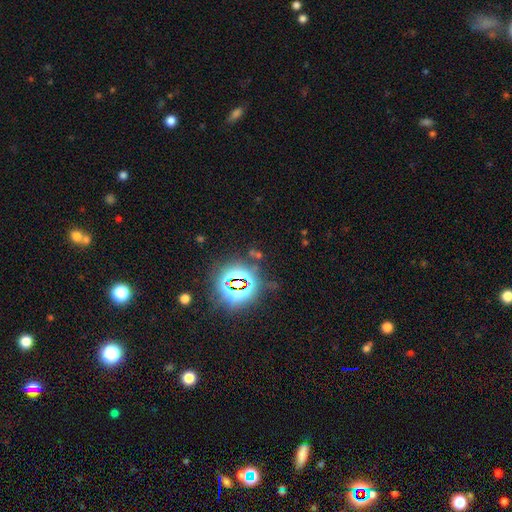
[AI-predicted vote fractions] The model was most divided on "smooth or featured": star or artifact: 78%, smooth: 14%, featured or disk: 8%.